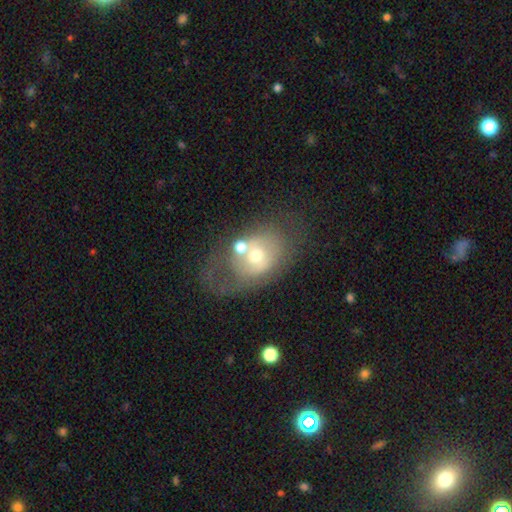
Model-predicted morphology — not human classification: smooth-or-featured: featured or disk: 50% | smooth: 39% | star or artifact: 11%
  disk-edge-on: no: 93% | yes: 7%
  merging: none: 41% | merger: 22% | minor disturbance: 19% | major disturbance: 18%